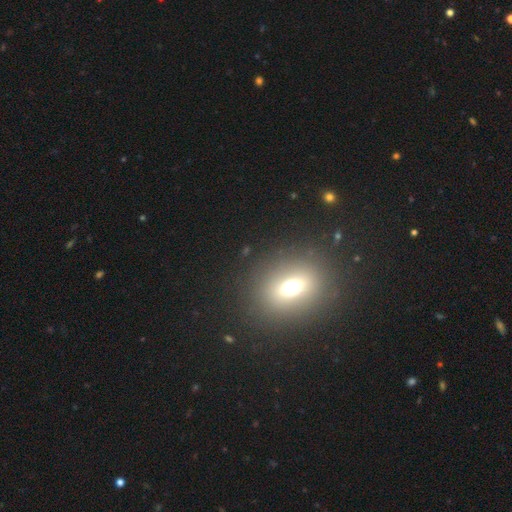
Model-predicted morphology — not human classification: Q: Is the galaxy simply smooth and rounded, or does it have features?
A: smooth — 57%.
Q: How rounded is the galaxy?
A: in between — 63%.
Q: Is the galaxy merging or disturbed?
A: none — 90%.